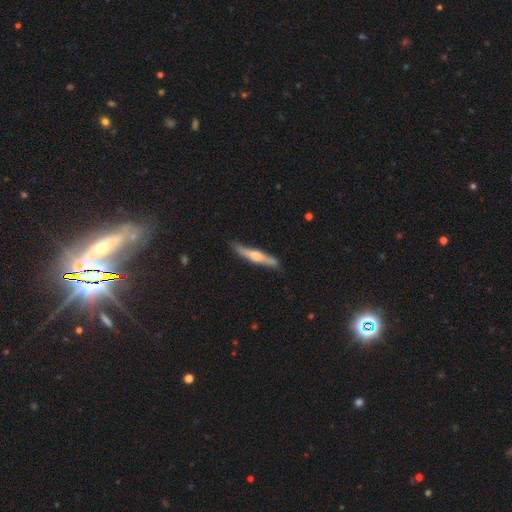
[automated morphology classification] Smooth or featured: featured or disk — 59% (smooth — 36%)
Edge-on disk: yes — 96% (no — 4%)
Edge-on bulge: rounded — 81% (boxy — 11%)
Merging: none — 84% (minor disturbance — 13%)